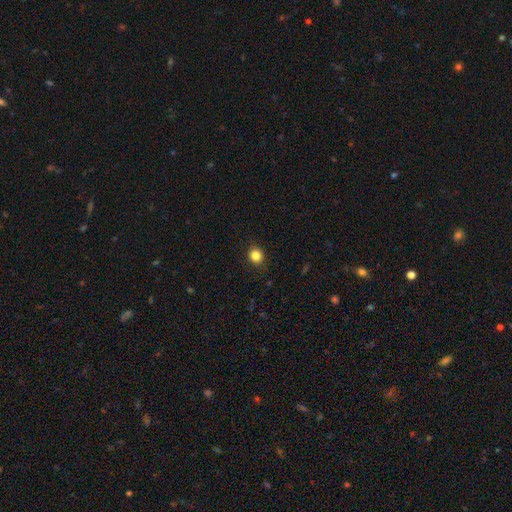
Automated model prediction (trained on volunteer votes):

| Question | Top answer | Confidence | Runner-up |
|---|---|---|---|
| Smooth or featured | smooth | 84% | star or artifact (11%) |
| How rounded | round | 80% | in between (19%) |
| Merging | none | 89% | minor disturbance (8%) |